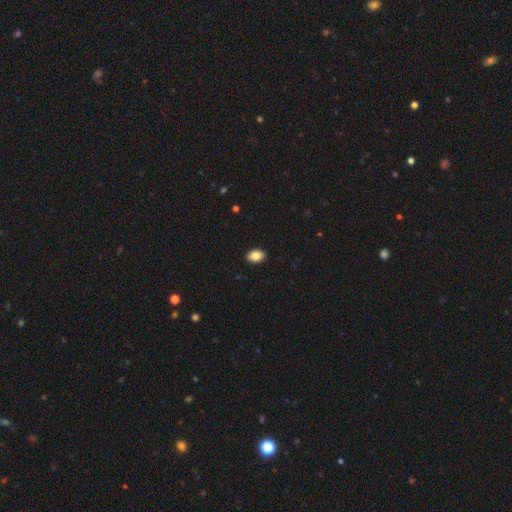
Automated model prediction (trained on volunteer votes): Overall: smooth (87%). How rounded: in between (85%). Merging: none (91%).